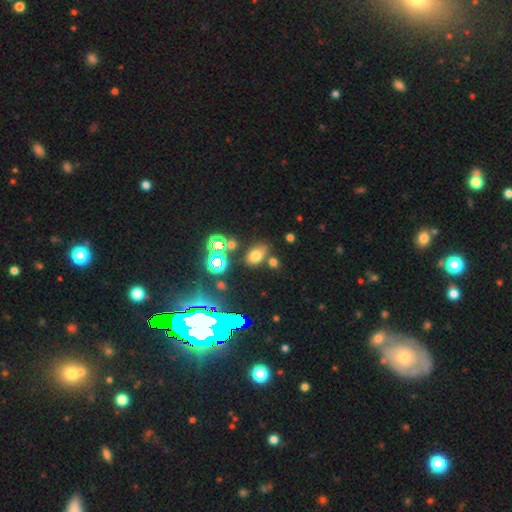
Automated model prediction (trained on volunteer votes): This appears to be a smooth galaxy with no disk features (62%) that is in between round and cigar-shaped (76%). Merging: none (68%).